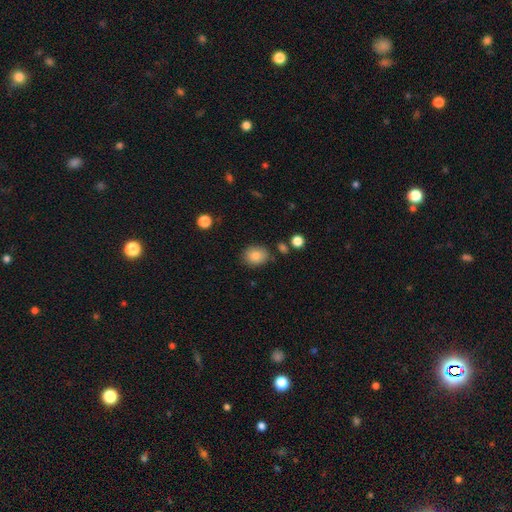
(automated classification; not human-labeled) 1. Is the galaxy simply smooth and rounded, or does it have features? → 84% smooth, 9% star or artifact, 7% featured or disk.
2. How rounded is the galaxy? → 52% in between, 48% round, 1% cigar-shaped.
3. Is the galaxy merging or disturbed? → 79% none, 14% minor disturbance, 4% merger, 3% major disturbance.